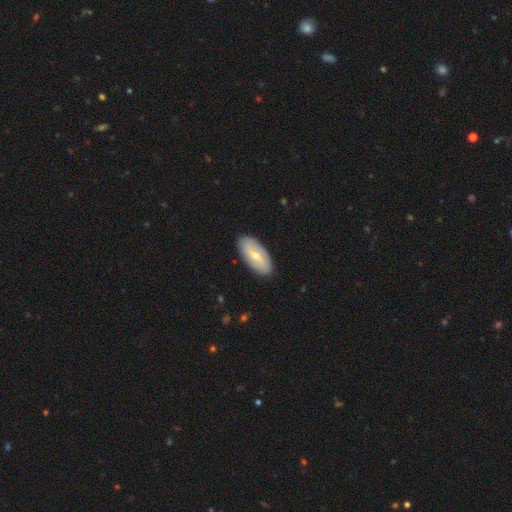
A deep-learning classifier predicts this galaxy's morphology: Smooth or featured? Predicted: featured or disk (p=0.48). Merging? Predicted: none (p=0.88).